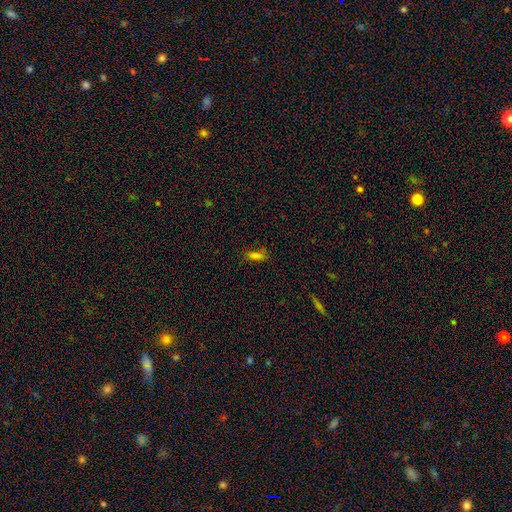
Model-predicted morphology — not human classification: smooth 71%, star or artifact 20%, featured or disk 9%. Down the decision tree: how rounded — in between (72%); merging — none (61%).